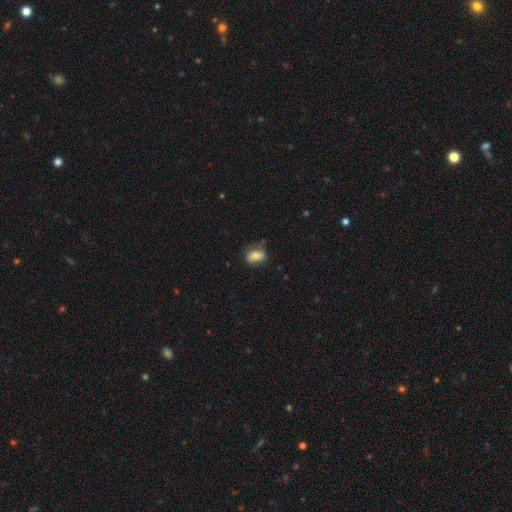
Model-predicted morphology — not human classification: Overall: smooth (67%). How rounded: in between (76%). Merging: none (61%; minor disturbance 27%).